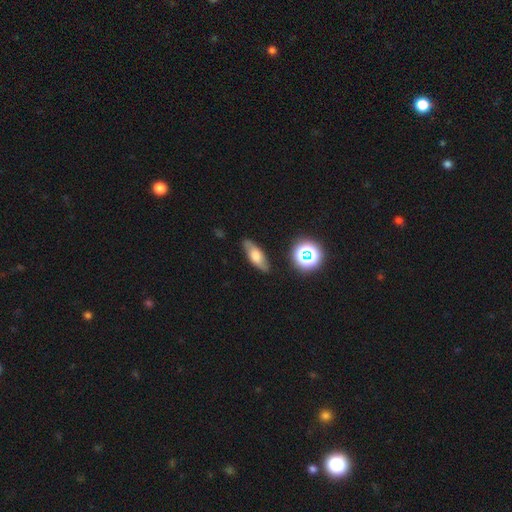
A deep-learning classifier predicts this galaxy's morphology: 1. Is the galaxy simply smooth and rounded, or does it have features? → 57% smooth, 31% featured or disk, 11% star or artifact.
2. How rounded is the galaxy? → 68% in between, 27% cigar-shaped, 5% round.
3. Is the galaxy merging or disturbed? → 80% none, 15% minor disturbance, 3% major disturbance, 2% merger.